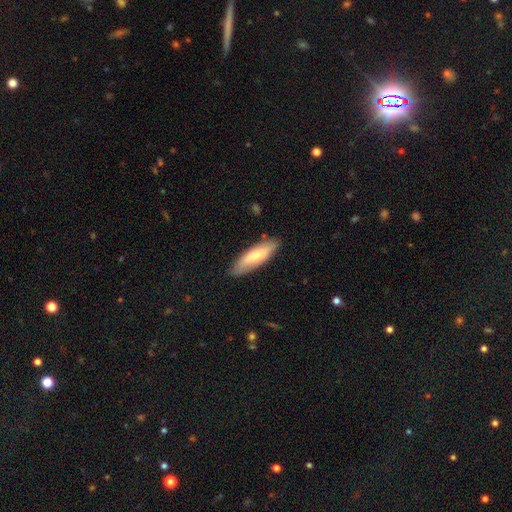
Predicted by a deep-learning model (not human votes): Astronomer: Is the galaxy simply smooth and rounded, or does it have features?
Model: smooth — 71%.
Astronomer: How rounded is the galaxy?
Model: in between — 50% (runner-up: cigar-shaped, 49%).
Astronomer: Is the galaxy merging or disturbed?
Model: none — 82%.